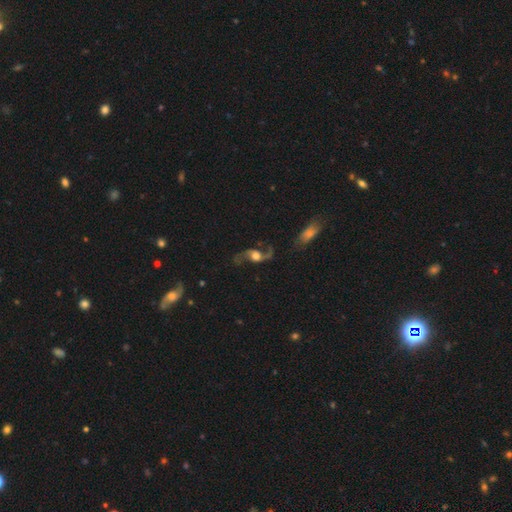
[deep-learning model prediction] This appears to be a featured or disk galaxy (83%) with no bar (60%), 2 (93%) loose (85%) spiral arms (94%) and a large central bulge (44%). Merging: none (67%).